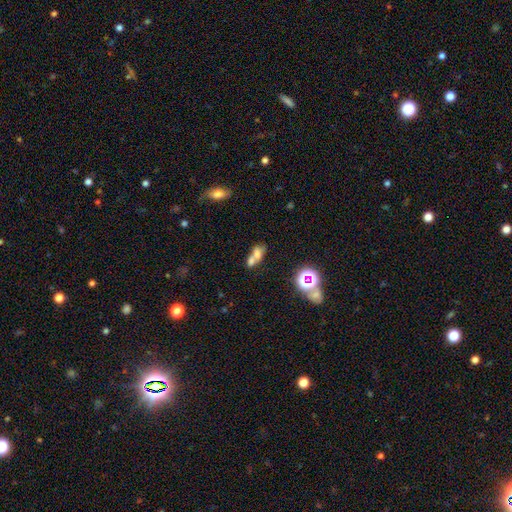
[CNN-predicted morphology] Overall: smooth (59%; featured or disk 24%). How rounded: in between (69%). Merging: merger (63%).